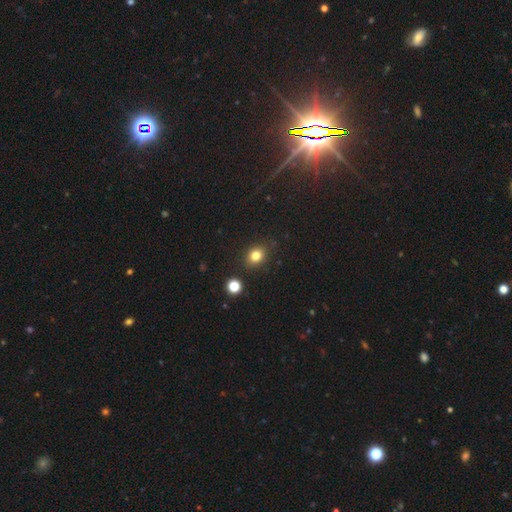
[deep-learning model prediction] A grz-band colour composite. It shows a smooth galaxy with no disk features (81%) that is round (61%). Merging: none (84%).